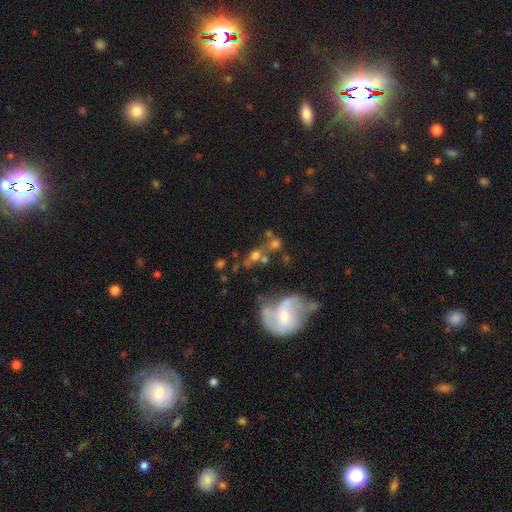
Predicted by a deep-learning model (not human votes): smooth-or-featured: featured or disk: 46% | smooth: 38% | star or artifact: 16%
  merging: none: 47% | merger: 23% | minor disturbance: 17% | major disturbance: 13%